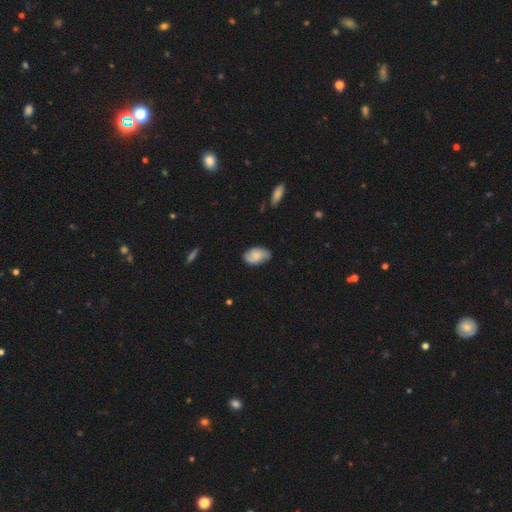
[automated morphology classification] A smooth galaxy with no disk features (67%) that is in between round and cigar-shaped (91%). Merging: none (76%).